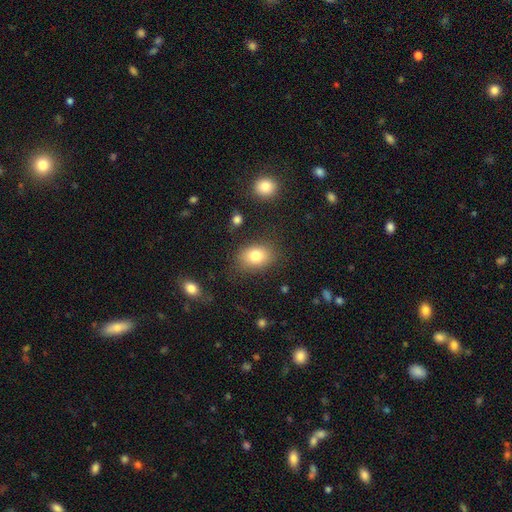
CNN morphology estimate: smooth-or-featured: smooth: 80% | featured or disk: 10% | star or artifact: 9%
  how-rounded: in between: 74% | round: 24% | cigar-shaped: 1%
  merging: none: 80% | minor disturbance: 13% | major disturbance: 4% | merger: 2%